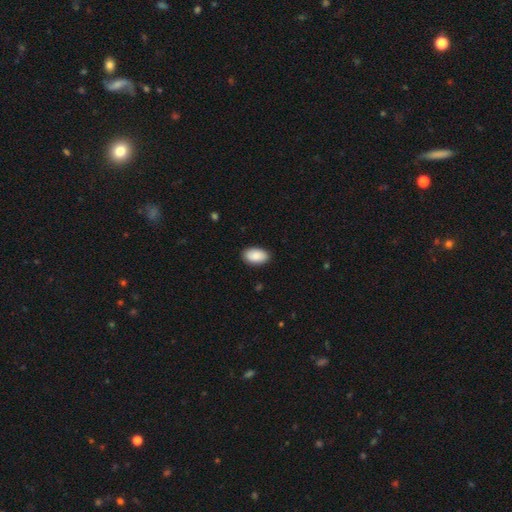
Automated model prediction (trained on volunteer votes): smooth 90%, star or artifact 6%, featured or disk 4%. Down the decision tree: how rounded — in between (94%); merging — none (88%).